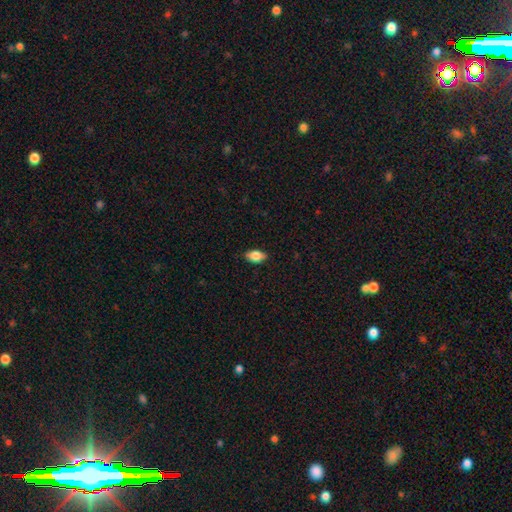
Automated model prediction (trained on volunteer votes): smooth-or-featured: smooth: 83% | featured or disk: 10% | star or artifact: 7%
  how-rounded: in between: 91% | round: 6% | cigar-shaped: 3%
  merging: none: 86% | minor disturbance: 11% | major disturbance: 2% | merger: 1%